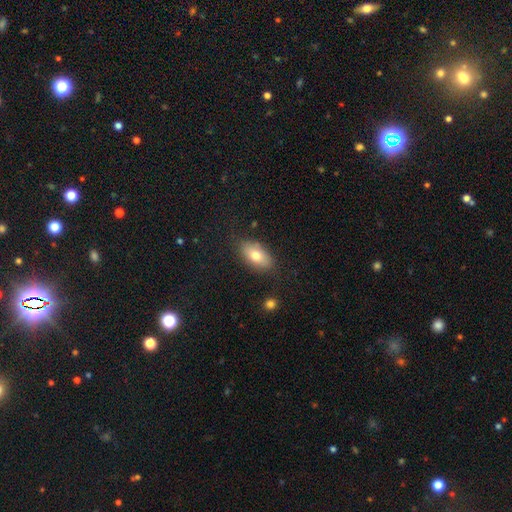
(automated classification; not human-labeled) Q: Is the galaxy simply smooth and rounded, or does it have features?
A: smooth — 75%.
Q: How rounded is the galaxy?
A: in between — 91%.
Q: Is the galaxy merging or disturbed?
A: none — 81%.